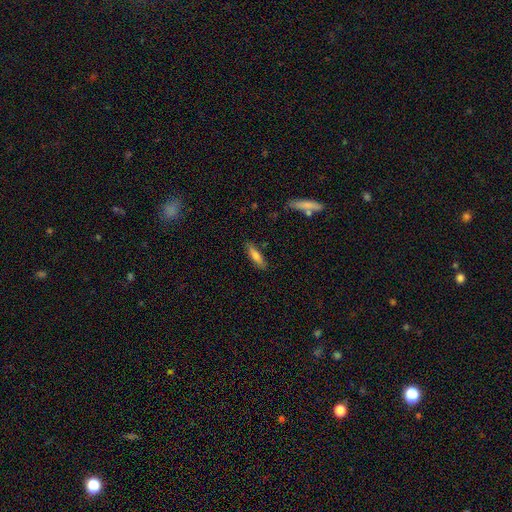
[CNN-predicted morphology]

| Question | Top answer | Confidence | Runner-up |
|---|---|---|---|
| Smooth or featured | smooth | 71% | featured or disk (22%) |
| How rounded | cigar-shaped | 66% | in between (32%) |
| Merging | none | 83% | minor disturbance (12%) |